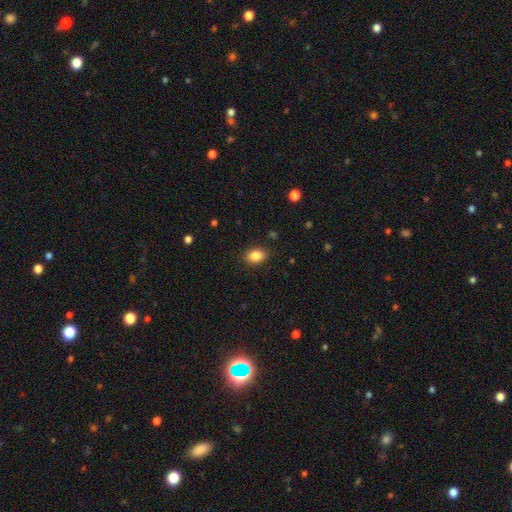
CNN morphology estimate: Overall: smooth (86%). How rounded: in between (82%). Merging: none (87%).